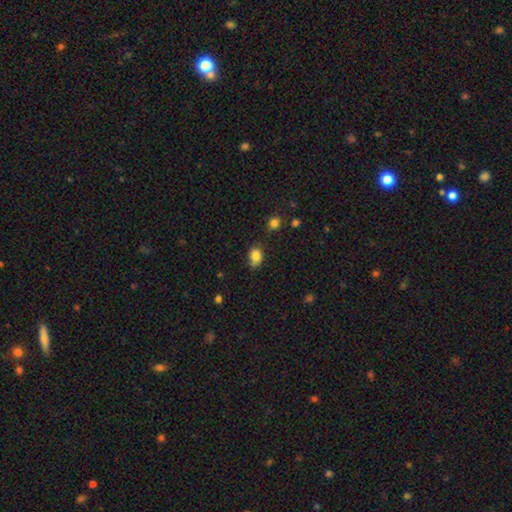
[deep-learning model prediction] A smooth galaxy with no disk features (83%) that is in between round and cigar-shaped (66%). Merging: none (63%).